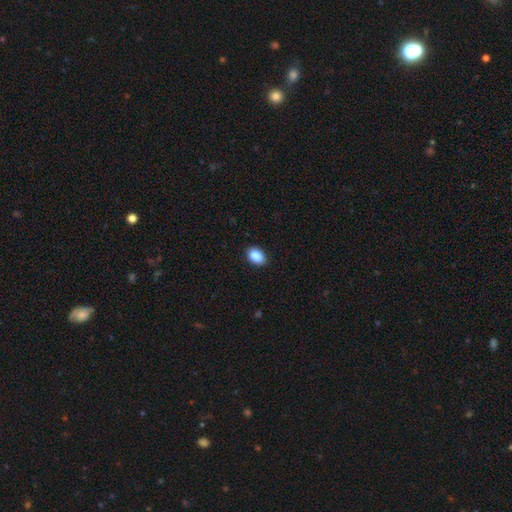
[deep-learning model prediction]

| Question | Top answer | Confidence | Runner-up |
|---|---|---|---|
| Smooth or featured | smooth | 89% | star or artifact (8%) |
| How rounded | in between | 85% | round (14%) |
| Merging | none | 87% | minor disturbance (10%) |